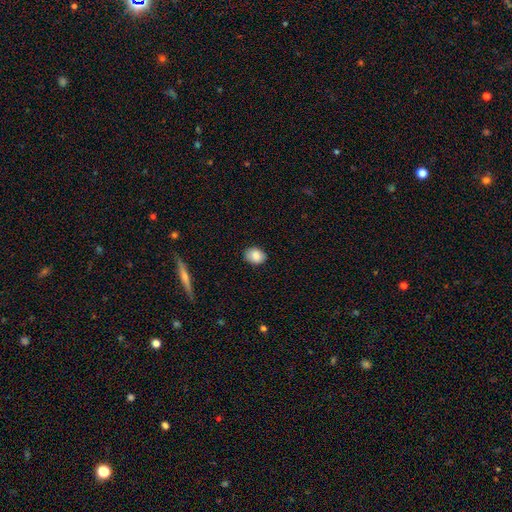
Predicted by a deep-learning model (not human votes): This is clearly a smooth galaxy (85%). How rounded: likely in between (60%). Merging: clearly none (86%).